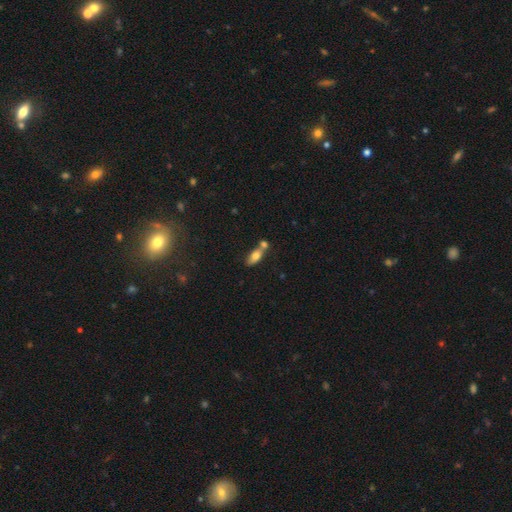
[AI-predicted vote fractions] Morphology: type=smooth (73%); roundness=in between (82%); merging=merger (45%).